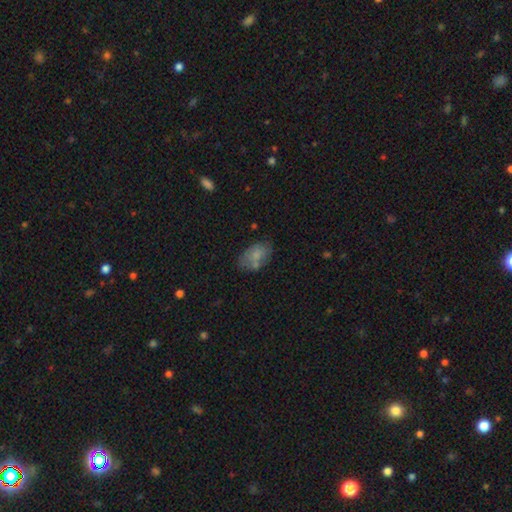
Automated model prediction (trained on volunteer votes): The model was most divided on "merging": none: 57%, minor disturbance: 22%, merger: 13%, major disturbance: 7%. More confident: how rounded — in between (90%); smooth or featured — smooth (72%).